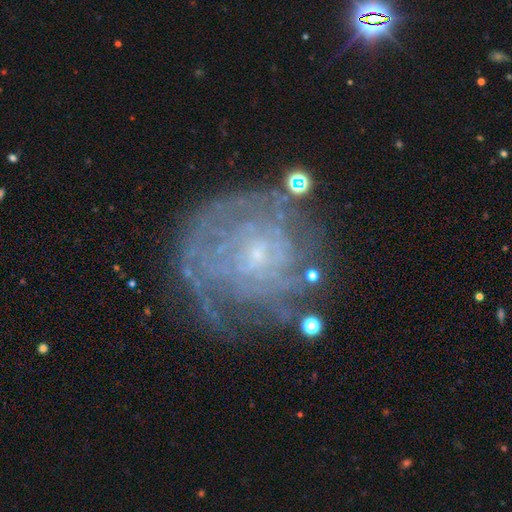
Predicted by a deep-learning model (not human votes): This is likely a featured or disk galaxy (79%). It is clearly not viewed edge-on (97%). Bar: likely no (68%). Spiral arm pattern: clearly yes (84%). Spiral arm count: possibly can't tell (51%). Spiral winding: likely tight (74%). Central bulge: clearly small (82%). Merging: likely none (67%).